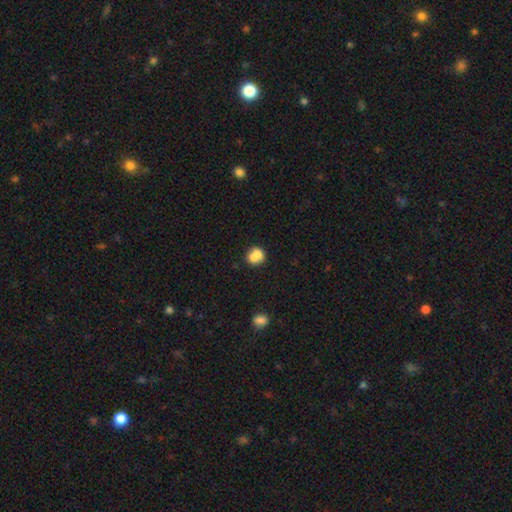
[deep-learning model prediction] Smooth or featured?
  - smooth: 74% *
  - featured or disk: 17%
  - star or artifact: 9%
How rounded?
  - round: 68% *
  - in between: 31%
  - cigar-shaped: 1%
Merging?
  - merger: 48% *
  - none: 36%
  - minor disturbance: 11%
  - major disturbance: 4%